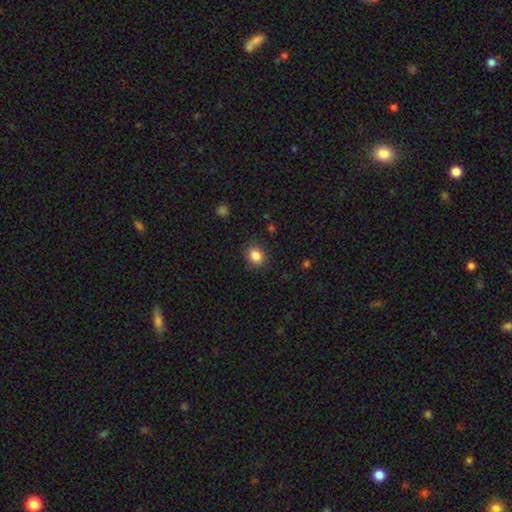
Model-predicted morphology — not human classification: type=smooth (86%); roundness=round (64%); merging=none (85%).